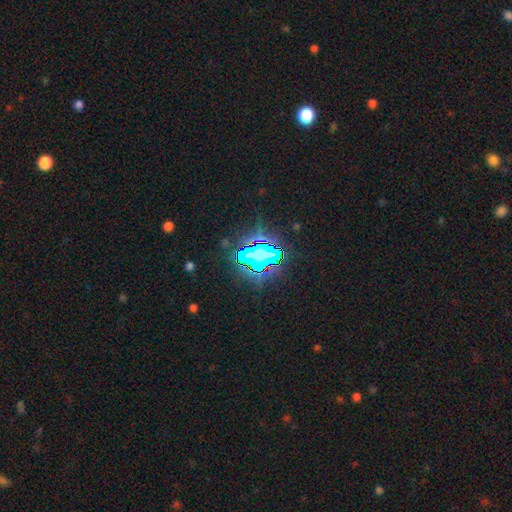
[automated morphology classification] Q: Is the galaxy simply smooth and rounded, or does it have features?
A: star or artifact — 75%.